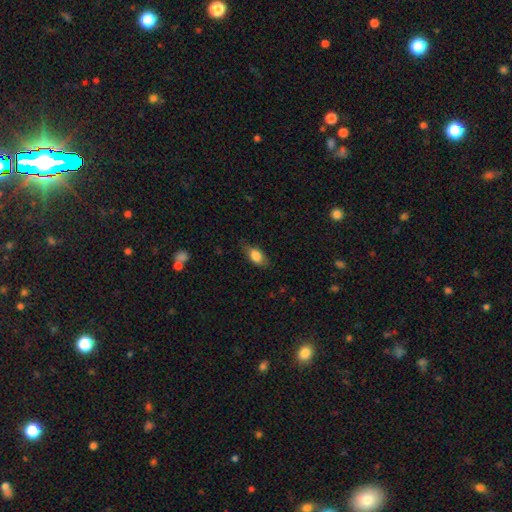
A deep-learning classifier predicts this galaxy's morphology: type=smooth (82%); roundness=in between (85%); merging=none (73%).